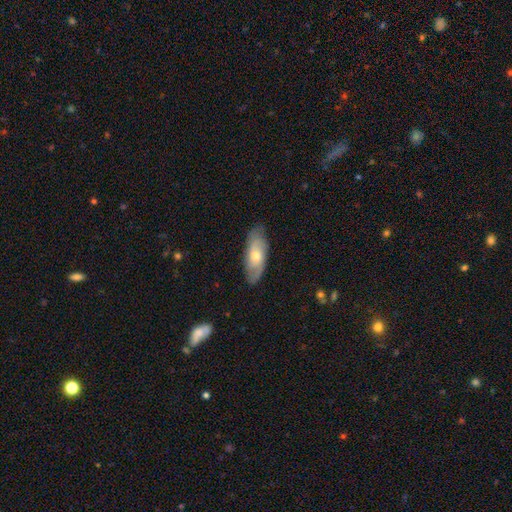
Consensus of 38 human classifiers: Smooth or featured? 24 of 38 (63%) said featured or disk. Edge-on disk? 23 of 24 (96%) said no. Bar? 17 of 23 (74%) said no. Spiral arms? 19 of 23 (83%) said yes. Spiral winding? 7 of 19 (37%) said medium. Spiral arm count? 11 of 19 (58%) said 2. Bulge size? 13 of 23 (57%) said moderate. Merging? 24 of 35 (69%) said none.